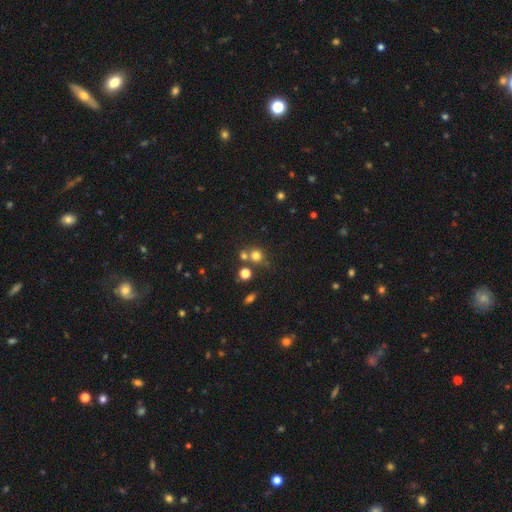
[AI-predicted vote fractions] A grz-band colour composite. It shows a smooth galaxy with no disk features (72%) that is round (87%). Merging: none (60%).